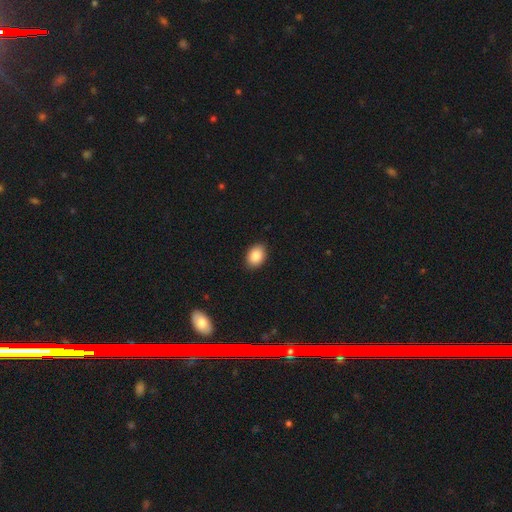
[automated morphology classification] Smooth or featured: smooth — 87% (star or artifact — 8%)
How rounded: in between — 77% (round — 22%)
Merging: none — 90% (minor disturbance — 7%)